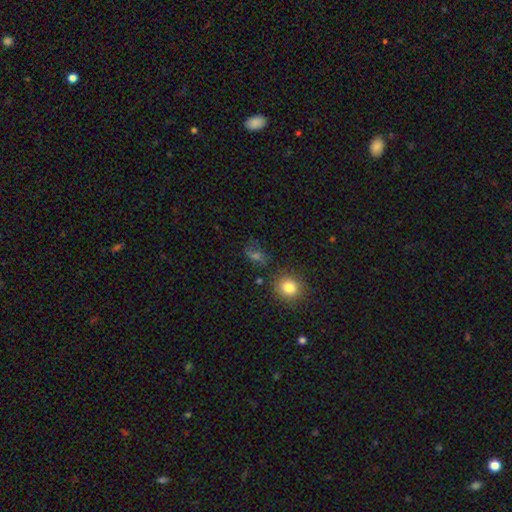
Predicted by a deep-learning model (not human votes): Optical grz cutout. It shows a smooth galaxy with no disk features (50%). Merging: none (63%).